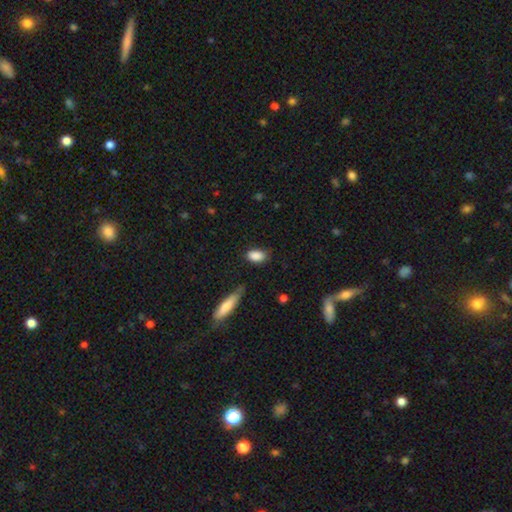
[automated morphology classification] The model was most divided on "merging": none: 75%, minor disturbance: 19%, major disturbance: 4%, merger: 3%. More confident: how rounded — in between (89%); smooth or featured — smooth (88%).